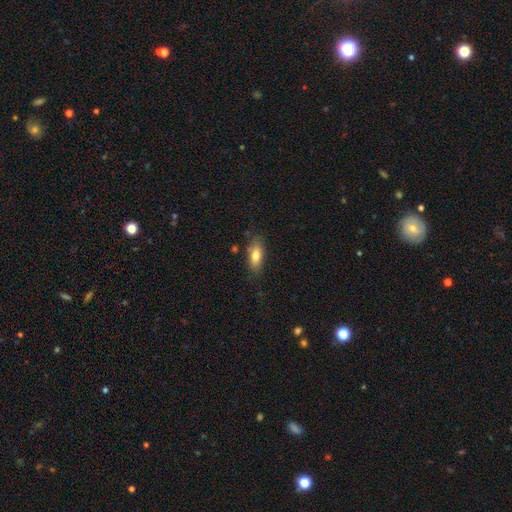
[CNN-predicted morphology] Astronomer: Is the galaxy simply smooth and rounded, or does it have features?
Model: smooth — 75%.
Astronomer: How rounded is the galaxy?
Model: in between — 78%.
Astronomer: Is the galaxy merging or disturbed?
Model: none — 77%.